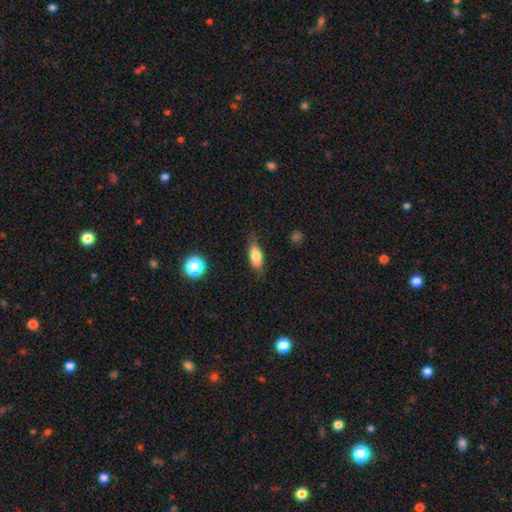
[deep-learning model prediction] A smooth galaxy with no disk features (77%) that is in between round and cigar-shaped (73%).

Vote fractions:
- Smooth or featured? smooth: 77% / featured or disk: 15% / star or artifact: 8%
- How rounded? in between: 73% / cigar-shaped: 23% / round: 4%
- Merging? none: 75% / minor disturbance: 19% / major disturbance: 5% / merger: 2%